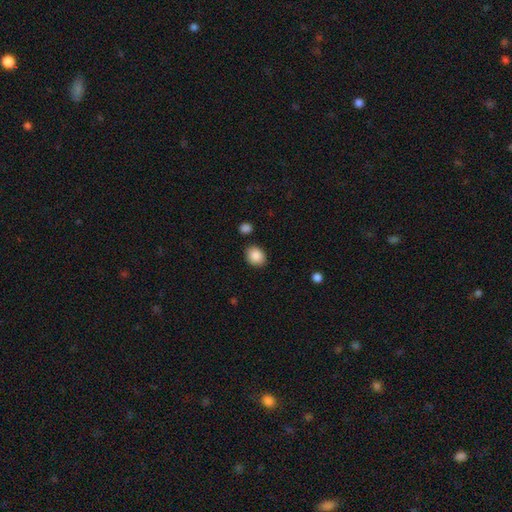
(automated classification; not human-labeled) This appears to be a smooth galaxy with no disk features (88%) that is in between round and cigar-shaped (51%). Merging: none (85%).